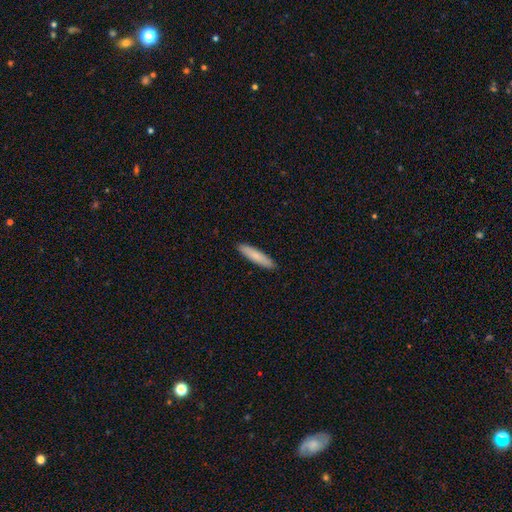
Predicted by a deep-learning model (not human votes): smooth-or-featured: smooth: 79% | featured or disk: 16% | star or artifact: 5%
  how-rounded: cigar-shaped: 84% | in between: 14% | round: 1%
  merging: none: 91% | minor disturbance: 6% | major disturbance: 1% | merger: 1%